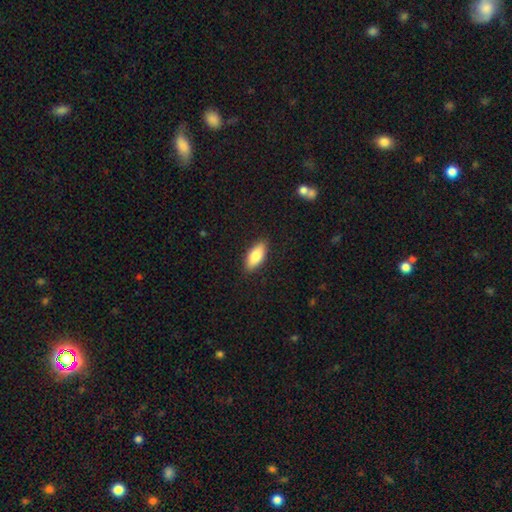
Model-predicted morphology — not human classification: smooth-or-featured: smooth: 82% | featured or disk: 12% | star or artifact: 6%
  how-rounded: in between: 83% | cigar-shaped: 15% | round: 2%
  merging: none: 88% | minor disturbance: 9% | major disturbance: 2% | merger: 1%